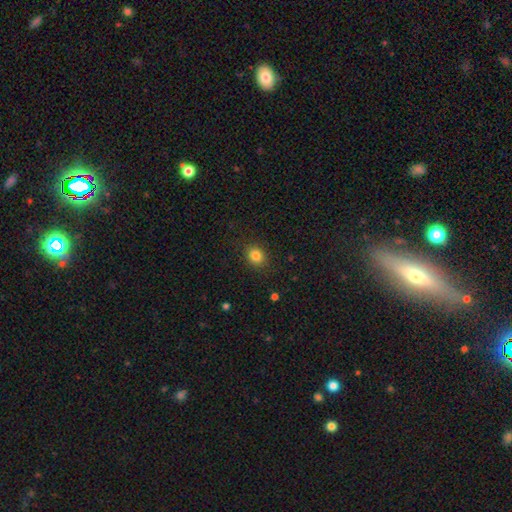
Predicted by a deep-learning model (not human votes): Q: Smooth or featured?
A: smooth (83%); runner-up: star or artifact (11%)
Q: How rounded?
A: round (69%); runner-up: in between (30%)
Q: Merging?
A: none (87%); runner-up: minor disturbance (9%)